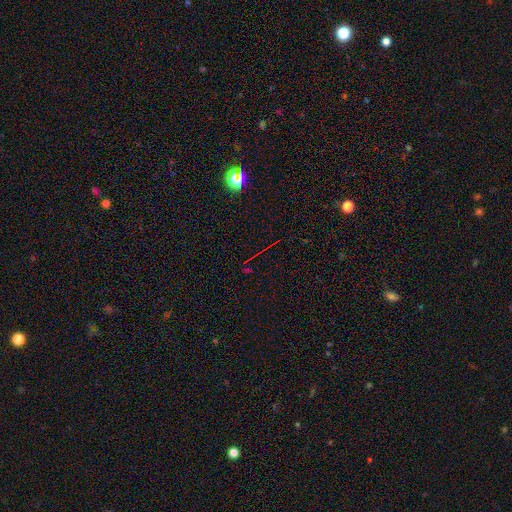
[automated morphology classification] Smooth or featured?
  - star or artifact: 75% *
  - featured or disk: 13%
  - smooth: 12%